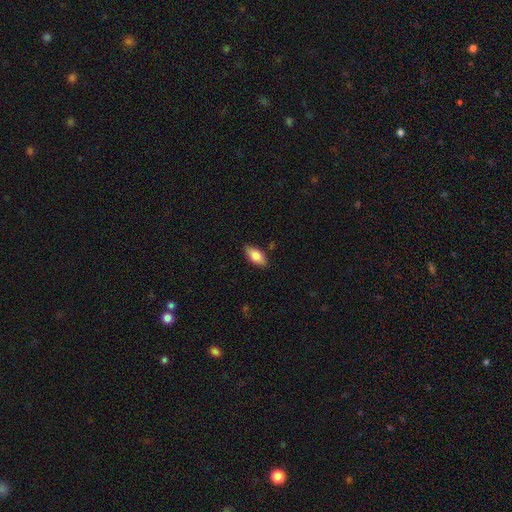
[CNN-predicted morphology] A smooth galaxy with no disk features (82%) that is in between round and cigar-shaped (89%). Merging: none (84%).